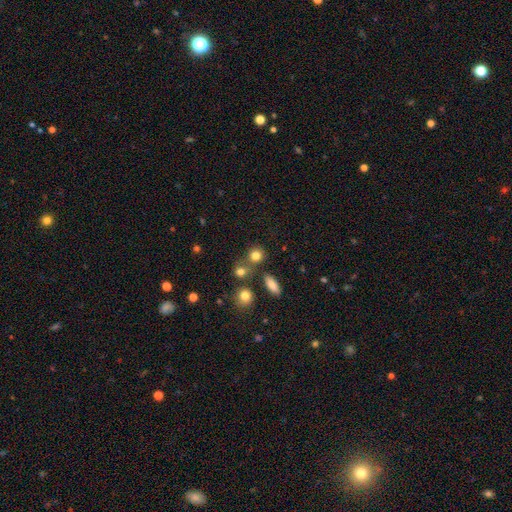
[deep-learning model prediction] This is likely a smooth galaxy (79%). How rounded: clearly round (82%). Merging: likely none (64%).